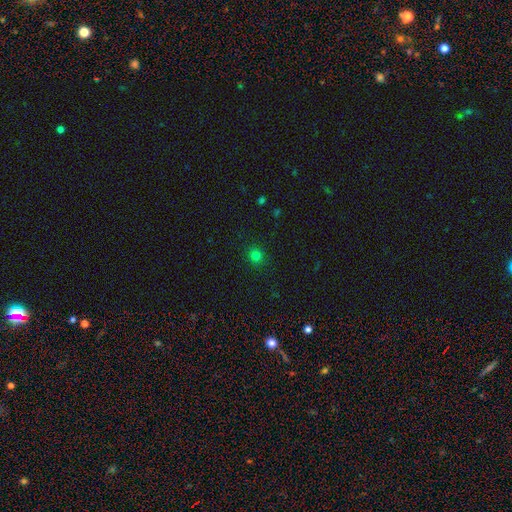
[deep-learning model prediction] A smooth galaxy with no disk features (78%) that is round (89%).

Vote fractions:
- Smooth or featured? smooth: 78% / star or artifact: 17% / featured or disk: 5%
- How rounded? round: 89% / in between: 10% / cigar-shaped: 1%
- Merging? none: 90% / minor disturbance: 7% / major disturbance: 2% / merger: 1%